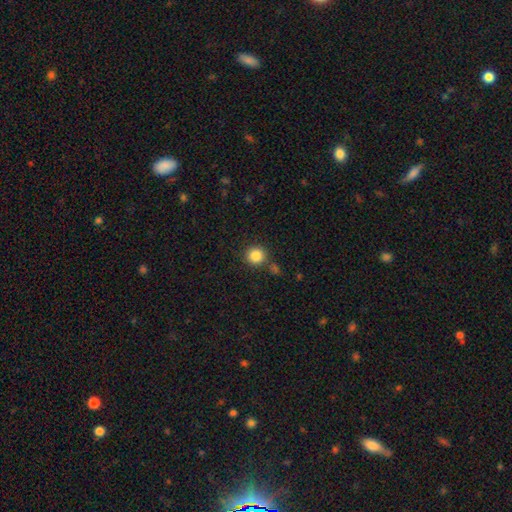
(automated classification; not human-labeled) smooth_or_featured: smooth (p=0.85) [alt: star or artifact p=0.10]
how_rounded: round (p=0.91) [alt: in between p=0.08]
merging: none (p=0.81) [alt: minor disturbance p=0.08]